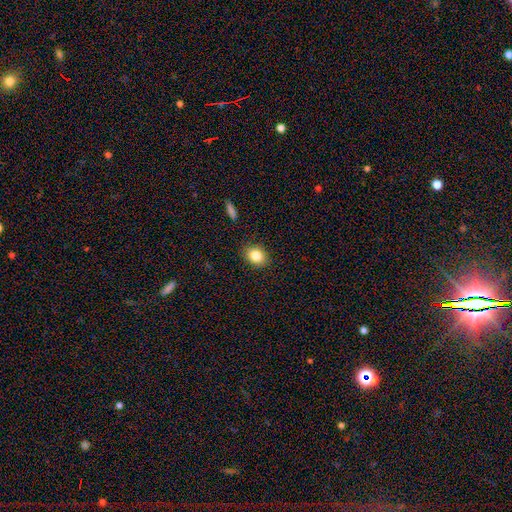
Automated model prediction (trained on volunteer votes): Smooth or featured? Predicted: smooth (p=0.83). How rounded? Predicted: in between (p=0.51). Merging? Predicted: none (p=0.87).